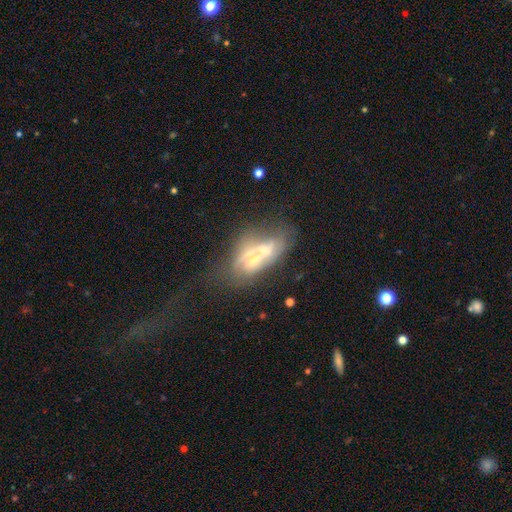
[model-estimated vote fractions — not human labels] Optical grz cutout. It shows a featured or disk galaxy (55%). Merging: merger (35%).